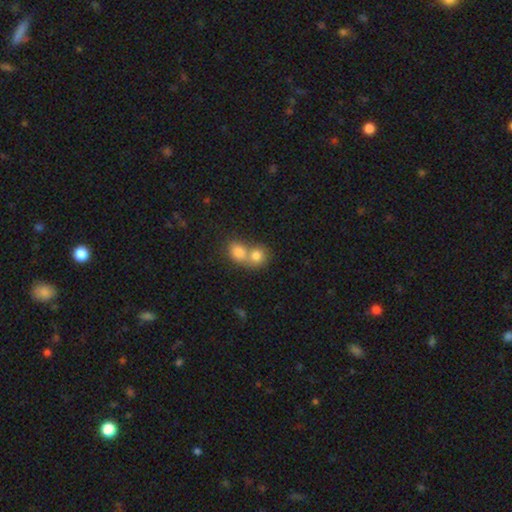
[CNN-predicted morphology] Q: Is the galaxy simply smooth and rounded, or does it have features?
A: smooth — 74%.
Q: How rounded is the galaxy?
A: round — 73%.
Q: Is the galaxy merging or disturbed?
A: merger — 62%.